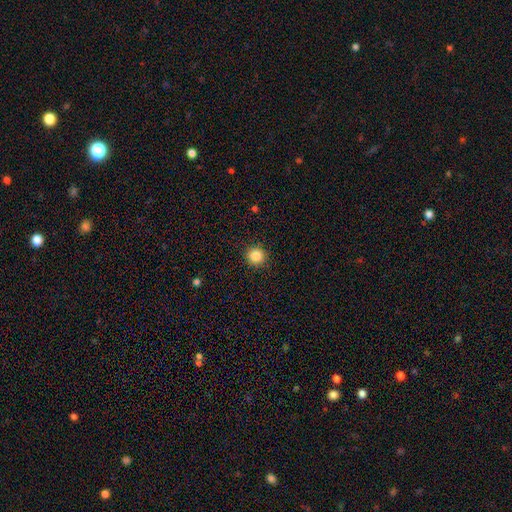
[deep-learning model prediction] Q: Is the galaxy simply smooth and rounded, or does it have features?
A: smooth — 86%.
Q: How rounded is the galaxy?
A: round — 93%.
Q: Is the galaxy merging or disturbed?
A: none — 92%.